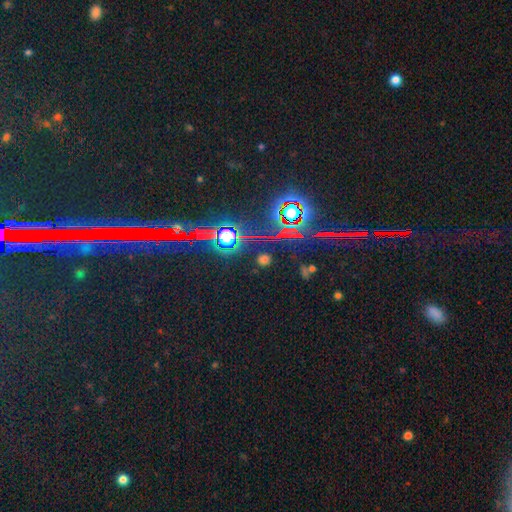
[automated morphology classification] Smooth or featured?
  - star or artifact: 80% *
  - smooth: 10%
  - featured or disk: 10%